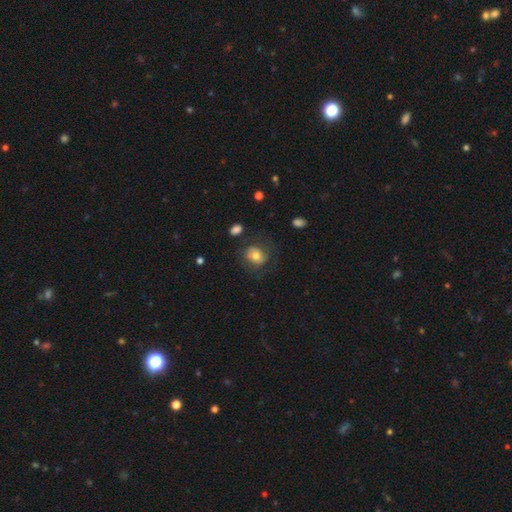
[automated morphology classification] Smooth or featured?
  - smooth: 66% *
  - featured or disk: 25%
  - star or artifact: 9%
How rounded?
  - round: 61% *
  - in between: 38%
  - cigar-shaped: 1%
Merging?
  - none: 62% *
  - minor disturbance: 19%
  - major disturbance: 16%
  - merger: 3%